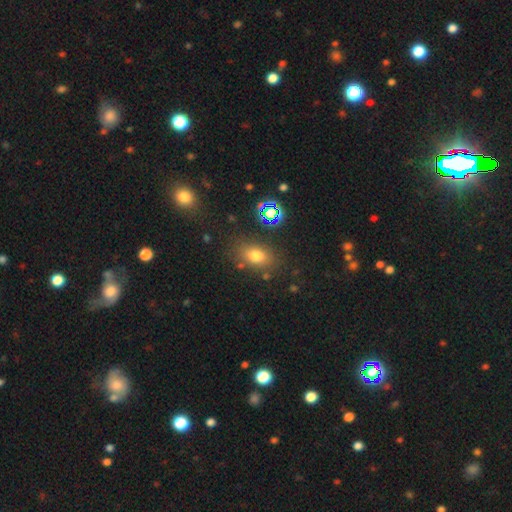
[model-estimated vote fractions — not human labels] A smooth galaxy with no disk features (72%) that is in between round and cigar-shaped (76%).

Vote fractions:
- Smooth or featured? smooth: 72% / star or artifact: 17% / featured or disk: 11%
- How rounded? in between: 76% / round: 21% / cigar-shaped: 3%
- Merging? none: 78% / minor disturbance: 13% / major disturbance: 5% / merger: 5%